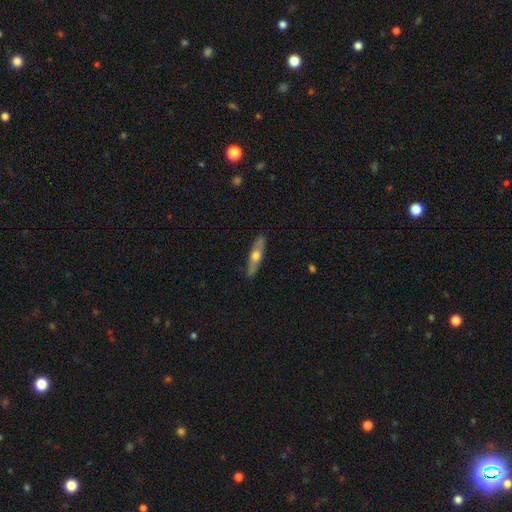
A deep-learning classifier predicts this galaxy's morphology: type=featured or disk (48%); merging=none (87%).